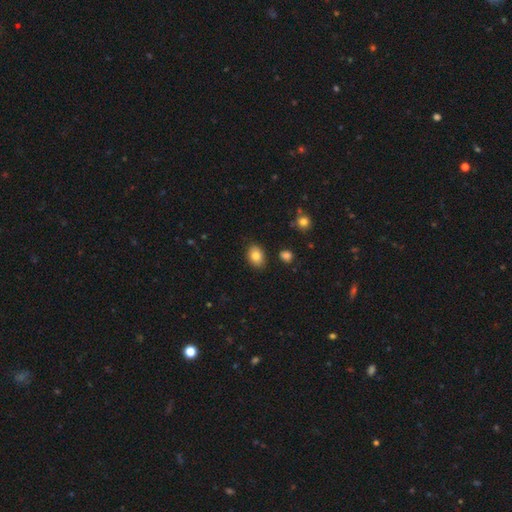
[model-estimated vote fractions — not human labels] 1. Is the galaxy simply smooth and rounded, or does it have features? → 84% smooth, 9% star or artifact, 8% featured or disk.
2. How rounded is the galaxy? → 72% in between, 27% round, 1% cigar-shaped.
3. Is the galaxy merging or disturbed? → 85% none, 11% minor disturbance, 2% major disturbance, 2% merger.